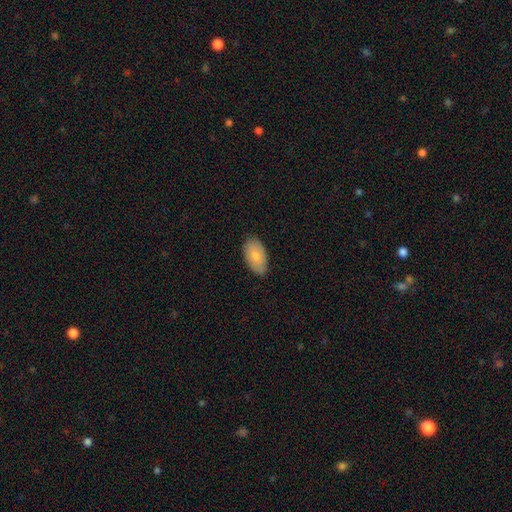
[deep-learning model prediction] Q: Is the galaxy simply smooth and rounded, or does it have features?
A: smooth — 80%.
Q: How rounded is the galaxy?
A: in between — 95%.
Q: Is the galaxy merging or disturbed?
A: none — 81%.